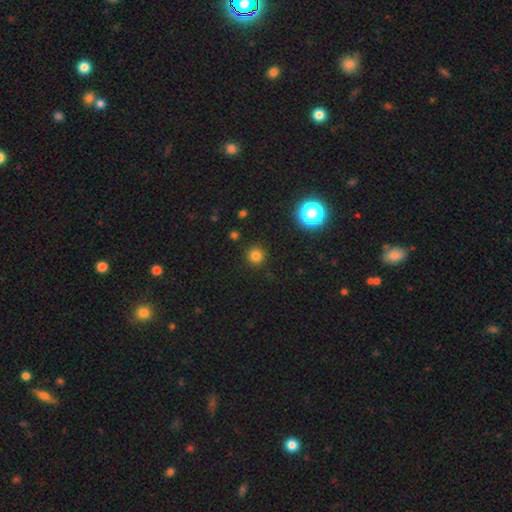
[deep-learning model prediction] Morphology: type=smooth (79%); roundness=round (94%); merging=none (90%).